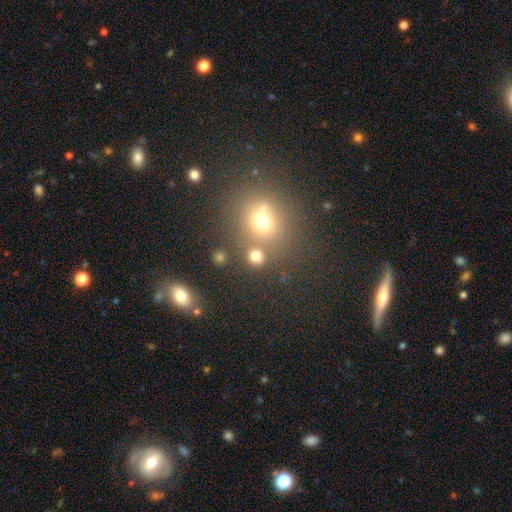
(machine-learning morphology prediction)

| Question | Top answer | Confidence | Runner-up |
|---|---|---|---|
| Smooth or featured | smooth | 74% | star or artifact (18%) |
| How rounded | round | 81% | in between (18%) |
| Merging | none | 70% | merger (18%) |